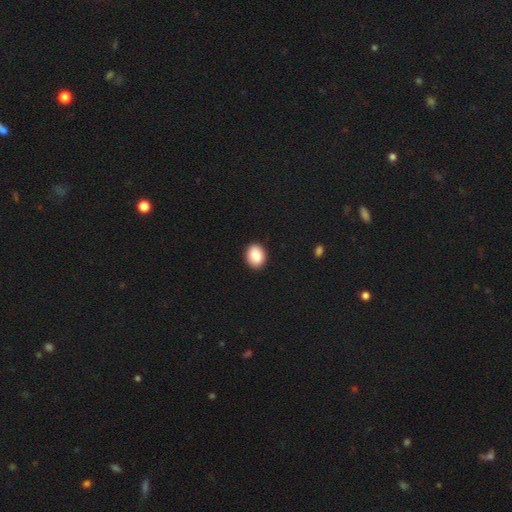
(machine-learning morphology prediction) A smooth galaxy with no disk features (86%) that is in between round and cigar-shaped (54%). Merging: none (92%).